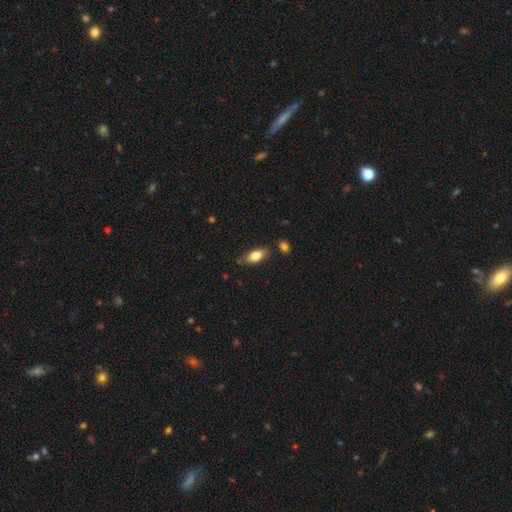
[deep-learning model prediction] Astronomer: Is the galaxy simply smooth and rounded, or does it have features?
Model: smooth — 81%.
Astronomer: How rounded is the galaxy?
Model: in between — 88%.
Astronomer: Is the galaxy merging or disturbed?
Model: none — 77%.